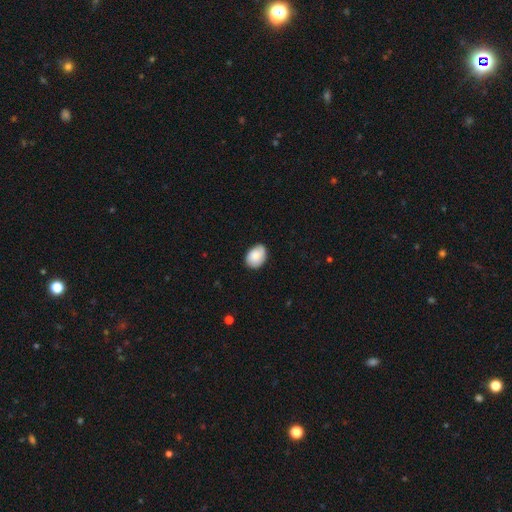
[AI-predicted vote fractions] A smooth galaxy with no disk features (82%) that is in between round and cigar-shaped (76%). Merging: none (75%).